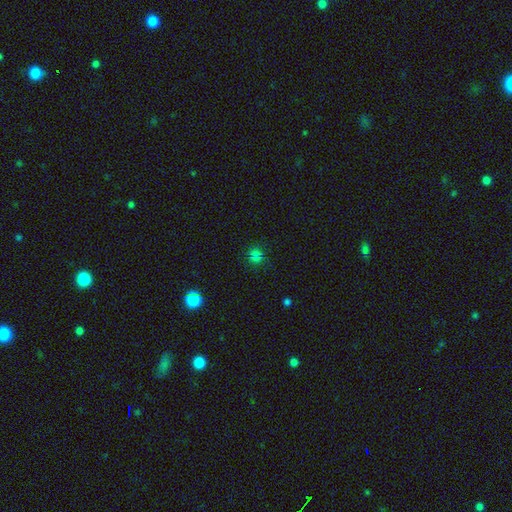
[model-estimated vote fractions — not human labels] Smooth or featured?
  - smooth: 61% *
  - star or artifact: 31%
  - featured or disk: 8%
How rounded?
  - round: 88% *
  - in between: 11%
  - cigar-shaped: 1%
Merging?
  - none: 71% *
  - merger: 16%
  - minor disturbance: 9%
  - major disturbance: 4%